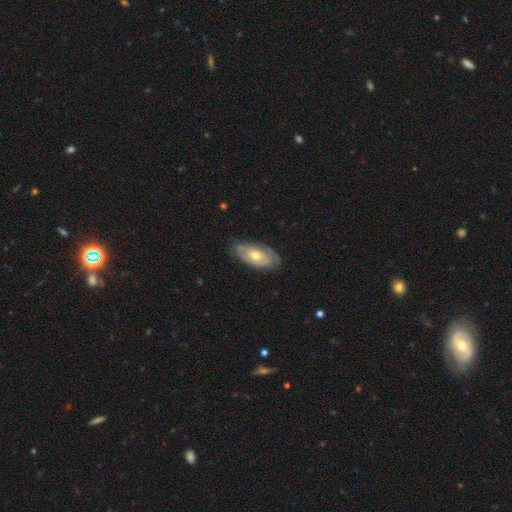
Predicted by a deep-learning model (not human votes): Q: Smooth or featured?
A: featured or disk (55%); runner-up: smooth (40%)
Q: Edge-on disk?
A: no (87%); runner-up: yes (13%)
Q: Merging?
A: none (73%); runner-up: minor disturbance (21%)